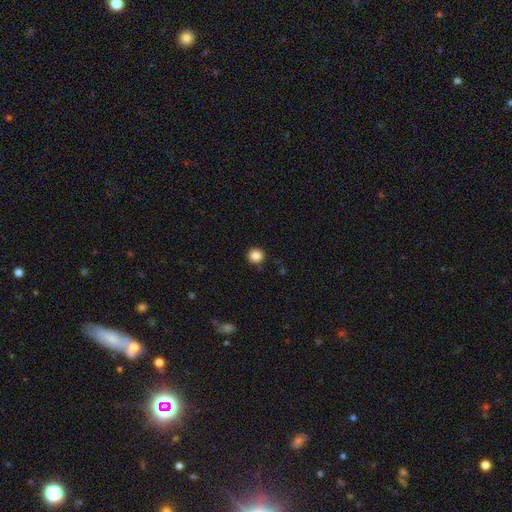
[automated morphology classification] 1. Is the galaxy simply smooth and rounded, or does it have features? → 86% smooth, 10% star or artifact, 4% featured or disk.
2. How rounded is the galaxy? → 94% round, 5% in between, 1% cigar-shaped.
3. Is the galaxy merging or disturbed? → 91% none, 6% minor disturbance, 2% major disturbance, 1% merger.